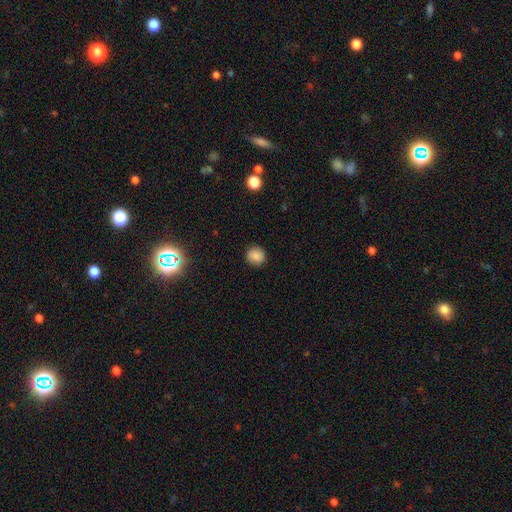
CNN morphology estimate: smooth 84%, star or artifact 11%, featured or disk 5%. Down the decision tree: how rounded — round (87%); merging — none (86%).